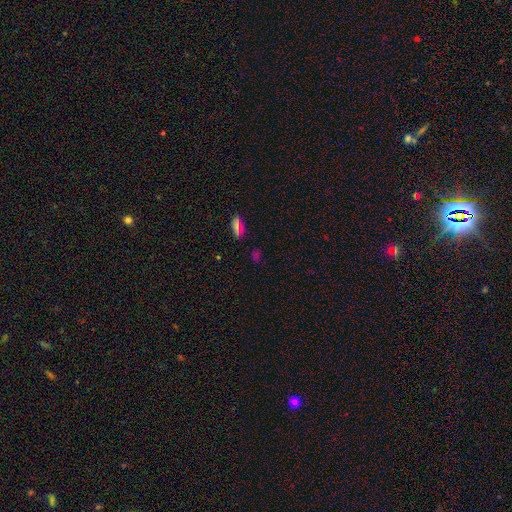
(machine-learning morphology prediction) The model was most divided on "smooth or featured": smooth: 50%, star or artifact: 41%, featured or disk: 9%. More confident: merging — none (79%); how rounded — in between (65%).